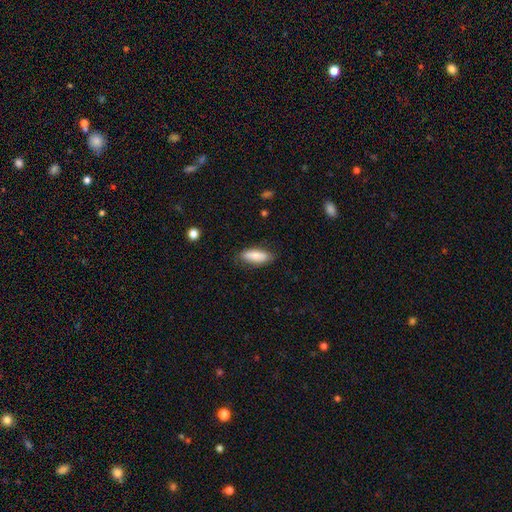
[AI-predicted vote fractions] This is likely a smooth galaxy (77%). How rounded: likely in between (77%). Merging: likely none (80%).